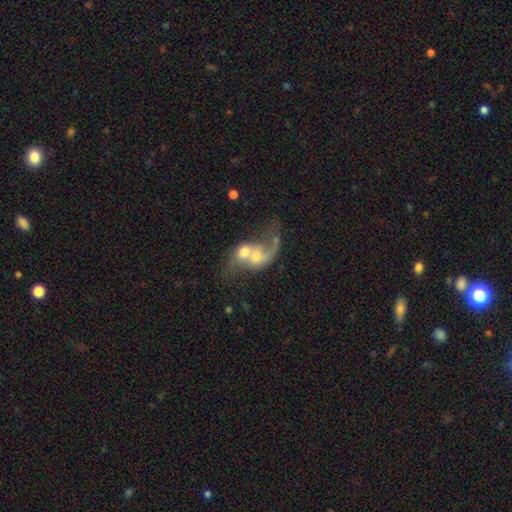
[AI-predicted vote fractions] Morphology: type=featured or disk (64%); edge-on=no (96%); bar=no (67%); spiral arms=yes (73%); bulge=moderate (51%); merging=merger (73%).